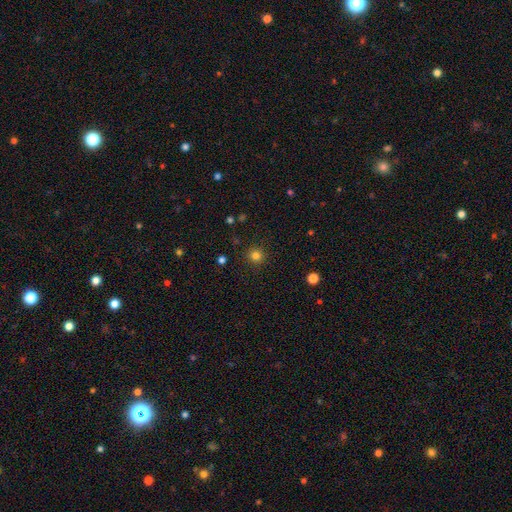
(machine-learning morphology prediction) This is clearly a smooth galaxy (80%). How rounded: clearly round (94%). Merging: clearly none (91%).